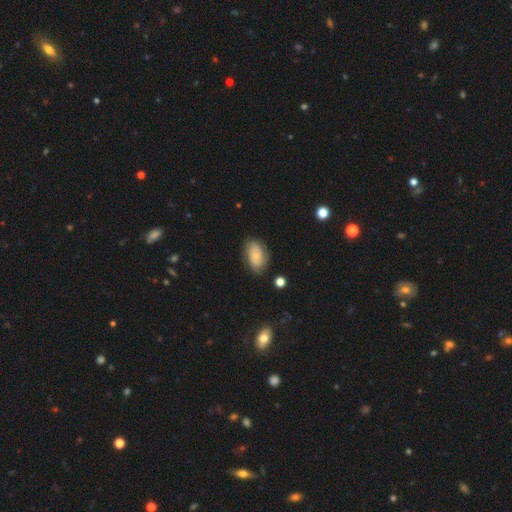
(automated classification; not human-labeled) Q: Smooth or featured?
A: smooth (50%); runner-up: featured or disk (42%)
Q: How rounded?
A: in between (89%); runner-up: round (9%)
Q: Merging?
A: none (71%); runner-up: minor disturbance (21%)